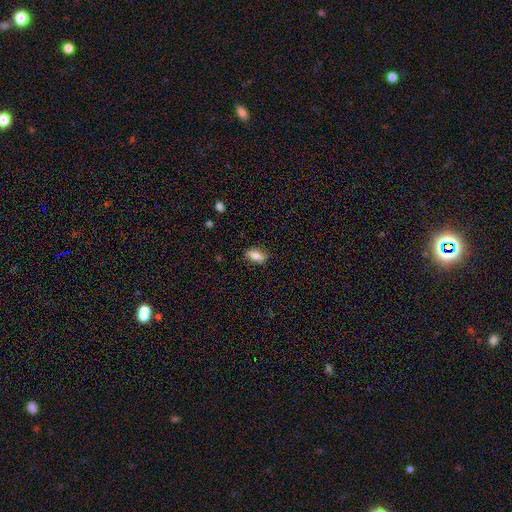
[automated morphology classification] Smooth or featured: smooth — 79% (featured or disk — 13%)
How rounded: in between — 87% (cigar-shaped — 7%)
Merging: none — 85% (minor disturbance — 11%)